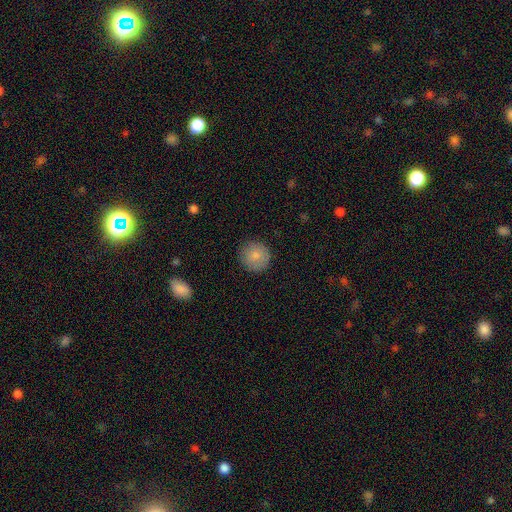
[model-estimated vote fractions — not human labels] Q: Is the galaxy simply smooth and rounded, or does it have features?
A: smooth — 82%.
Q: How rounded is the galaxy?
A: round — 94%.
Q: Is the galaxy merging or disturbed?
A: none — 88%.